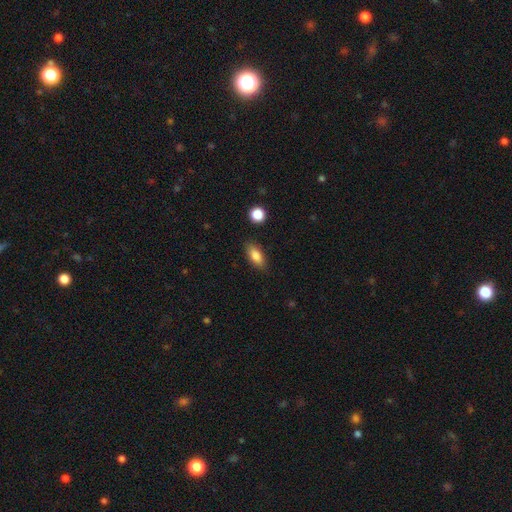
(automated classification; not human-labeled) Q: Smooth or featured?
A: smooth (82%); runner-up: featured or disk (10%)
Q: How rounded?
A: in between (82%); runner-up: cigar-shaped (14%)
Q: Merging?
A: none (85%); runner-up: minor disturbance (10%)